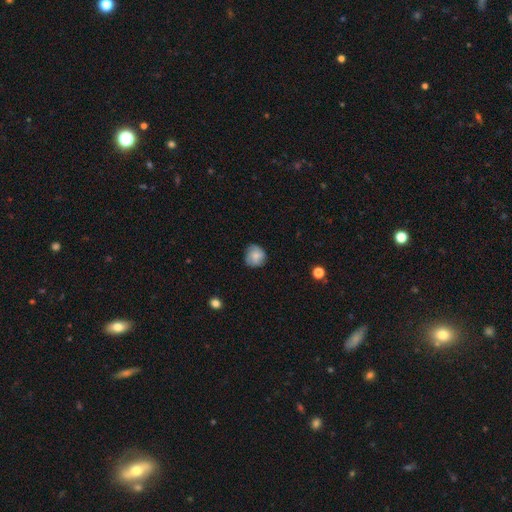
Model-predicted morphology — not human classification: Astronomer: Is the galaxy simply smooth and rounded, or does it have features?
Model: smooth — 75%.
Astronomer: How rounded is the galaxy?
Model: round — 85%.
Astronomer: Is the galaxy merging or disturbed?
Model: none — 75%.